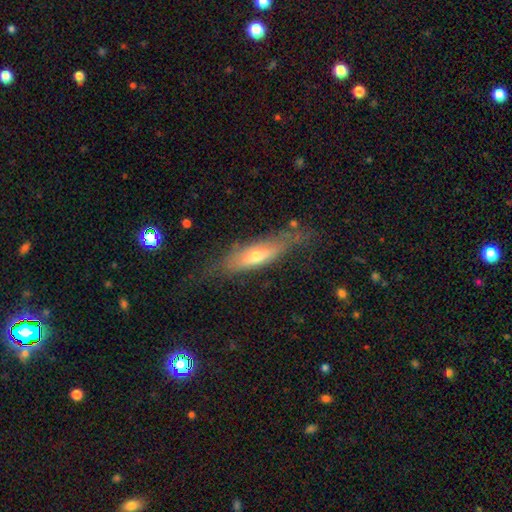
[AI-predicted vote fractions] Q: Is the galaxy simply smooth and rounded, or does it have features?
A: featured or disk — 50%.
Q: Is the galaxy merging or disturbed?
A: none — 61%.